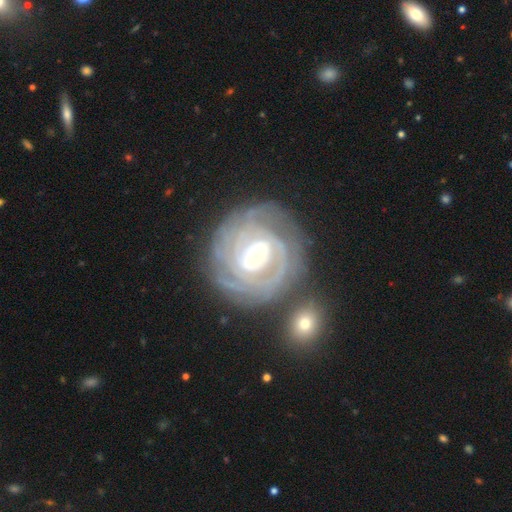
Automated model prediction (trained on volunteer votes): Q: Smooth or featured?
A: featured or disk (89%); runner-up: smooth (6%)
Q: Edge-on disk?
A: no (97%); runner-up: yes (3%)
Q: Bar?
A: weak (49%); runner-up: strong (30%)
Q: Spiral arms?
A: yes (97%); runner-up: no (3%)
Q: Spiral winding?
A: tight (82%); runner-up: medium (15%)
Q: Spiral arm count?
A: can't tell (27%); runner-up: 3 (23%)
Q: Bulge size?
A: moderate (48%); runner-up: small (46%)
Q: Merging?
A: none (75%); runner-up: minor disturbance (13%)